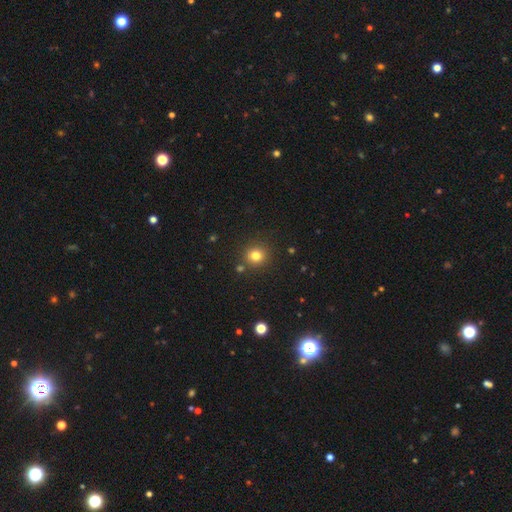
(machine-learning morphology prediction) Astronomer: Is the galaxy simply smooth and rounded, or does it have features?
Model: smooth — 79%.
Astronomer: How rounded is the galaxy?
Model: round — 91%.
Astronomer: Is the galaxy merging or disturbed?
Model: none — 85%.